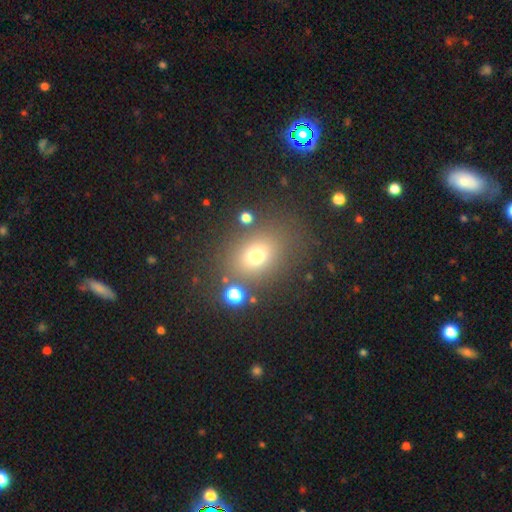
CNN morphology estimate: Smooth or featured? Predicted: smooth (p=0.70). How rounded? Predicted: in between (p=0.53). Merging? Predicted: none (p=0.75).